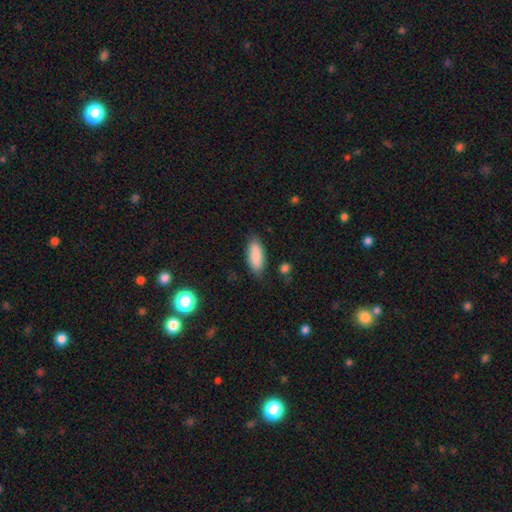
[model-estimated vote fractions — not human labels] Morphology: type=smooth (88%); roundness=in between (74%); merging=none (82%).